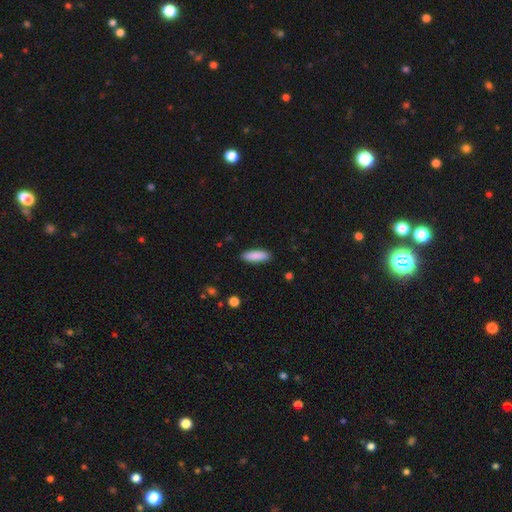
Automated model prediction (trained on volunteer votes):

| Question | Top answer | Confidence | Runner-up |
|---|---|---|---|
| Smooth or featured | smooth | 88% | star or artifact (6%) |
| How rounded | cigar-shaped | 49% | tied: in between (49%) |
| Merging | none | 89% | minor disturbance (8%) |